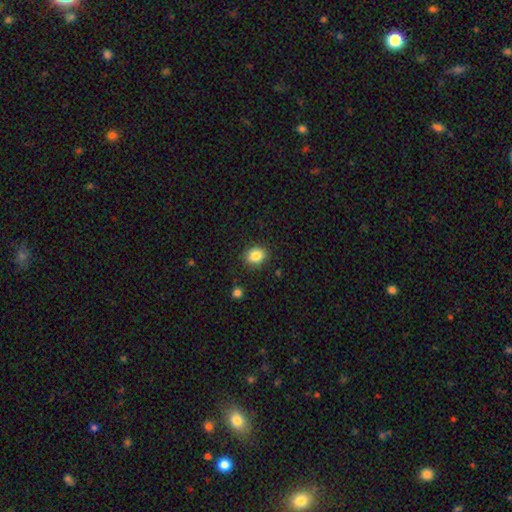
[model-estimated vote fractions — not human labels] A smooth galaxy with no disk features (85%) that is round (55%). Merging: none (88%).